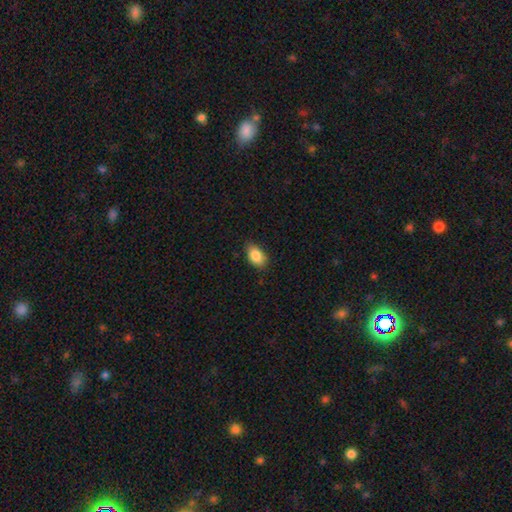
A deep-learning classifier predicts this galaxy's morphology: Smooth or featured: smooth — 87% (star or artifact — 7%)
How rounded: in between — 89% (round — 9%)
Merging: none — 81% (minor disturbance — 16%)